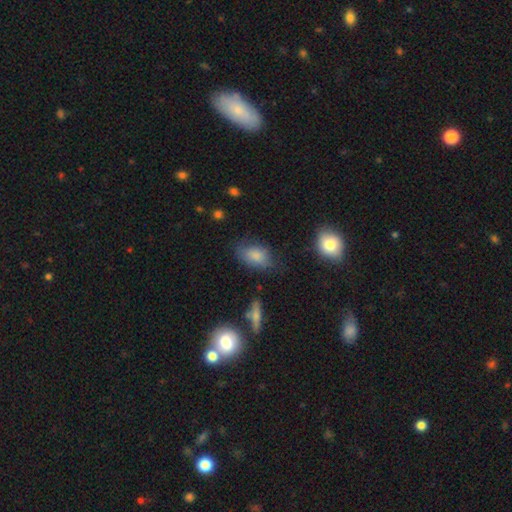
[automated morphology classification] smooth-or-featured: smooth: 81% | featured or disk: 10% | star or artifact: 9%
  how-rounded: in between: 86% | round: 12% | cigar-shaped: 2%
  merging: none: 60% | minor disturbance: 28% | major disturbance: 9% | merger: 3%